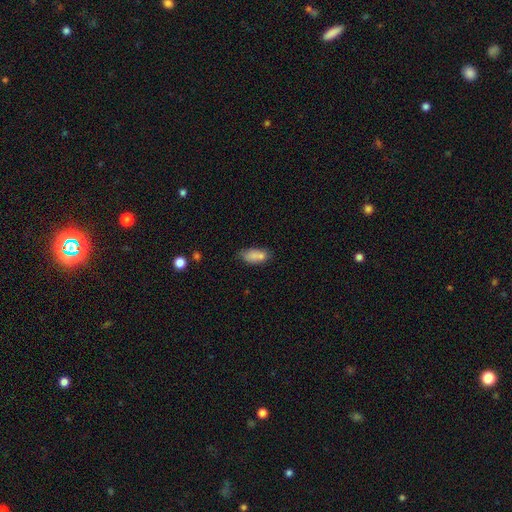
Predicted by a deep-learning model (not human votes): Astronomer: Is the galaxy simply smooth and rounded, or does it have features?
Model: smooth — 79%.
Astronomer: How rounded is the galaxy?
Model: in between — 86%.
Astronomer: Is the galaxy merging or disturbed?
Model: none — 52%.